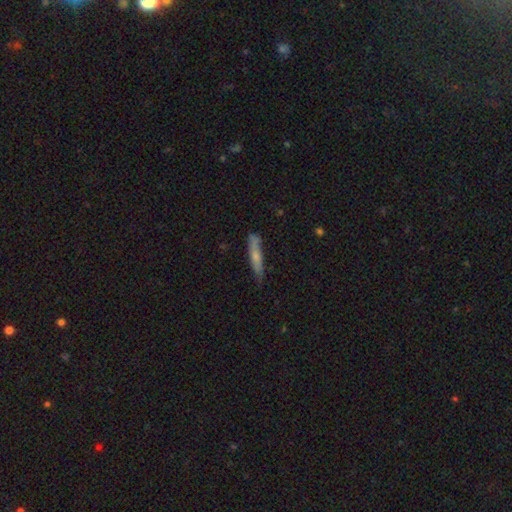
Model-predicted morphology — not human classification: type=smooth (63%); roundness=cigar-shaped (90%); merging=none (70%).